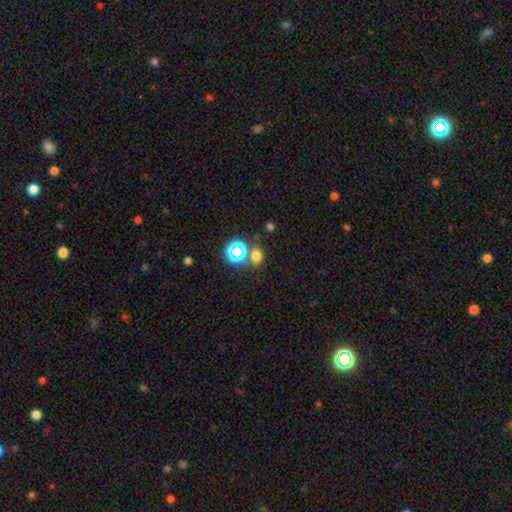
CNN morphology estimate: This appears to be a smooth galaxy with no disk features (64%) that is round (52%). Merging: none (70%).